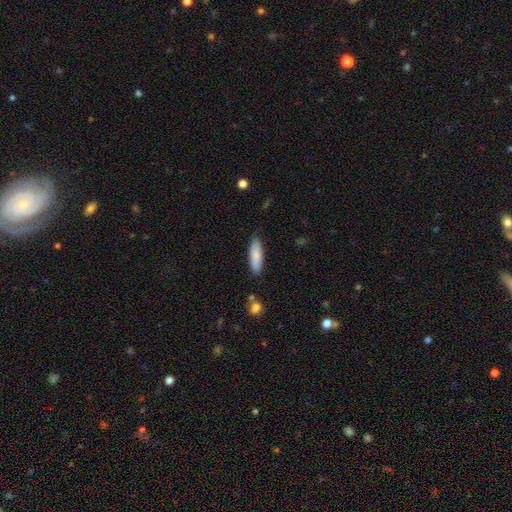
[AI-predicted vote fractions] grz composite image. It shows a smooth galaxy with no disk features (83%) that is cigar-shaped (50%). Merging: none (83%).